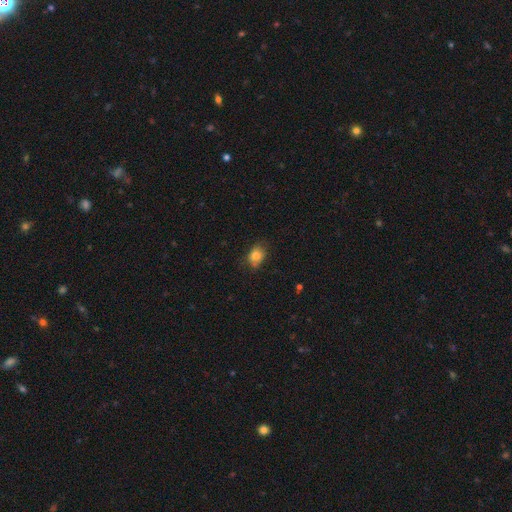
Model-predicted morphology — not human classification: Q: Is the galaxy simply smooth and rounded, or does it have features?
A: smooth — 79%.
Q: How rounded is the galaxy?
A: in between — 67%.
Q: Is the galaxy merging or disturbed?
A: none — 70%.